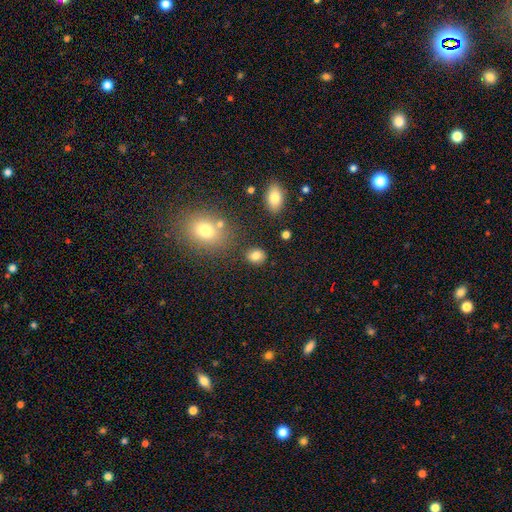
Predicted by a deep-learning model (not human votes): smooth_or_featured: smooth (p=0.82) [alt: star or artifact p=0.11]
how_rounded: round (p=0.60) [alt: in between p=0.39]
merging: none (p=0.81) [alt: minor disturbance p=0.12]